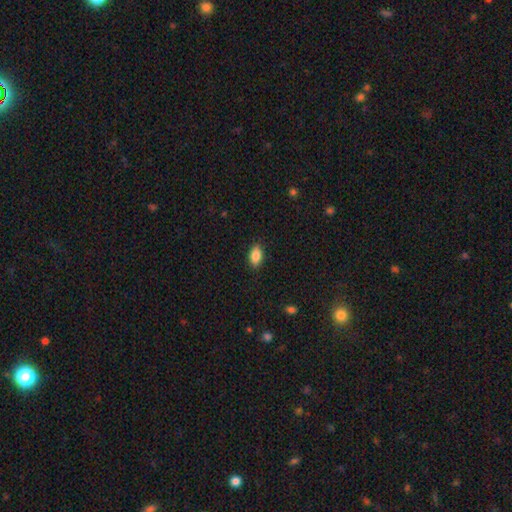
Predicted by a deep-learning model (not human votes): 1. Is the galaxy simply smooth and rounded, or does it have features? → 87% smooth, 8% star or artifact, 6% featured or disk.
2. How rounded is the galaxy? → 89% in between, 7% round, 4% cigar-shaped.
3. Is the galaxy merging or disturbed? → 87% none, 10% minor disturbance, 2% major disturbance, 1% merger.